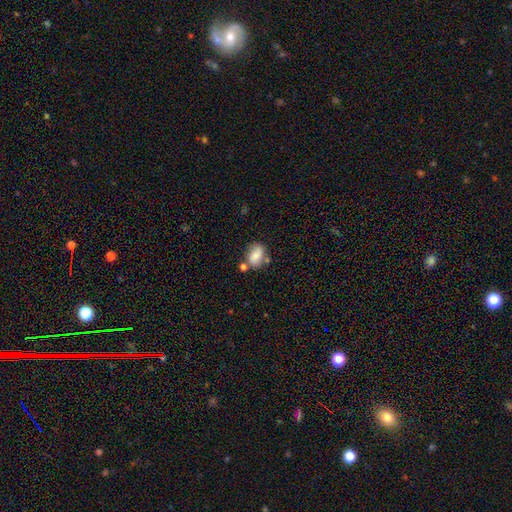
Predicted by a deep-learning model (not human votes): Smooth or featured?
  - smooth: 72% *
  - featured or disk: 19%
  - star or artifact: 9%
How rounded?
  - in between: 77% *
  - round: 21%
  - cigar-shaped: 2%
Merging?
  - none: 54% *
  - minor disturbance: 22%
  - merger: 17%
  - major disturbance: 7%